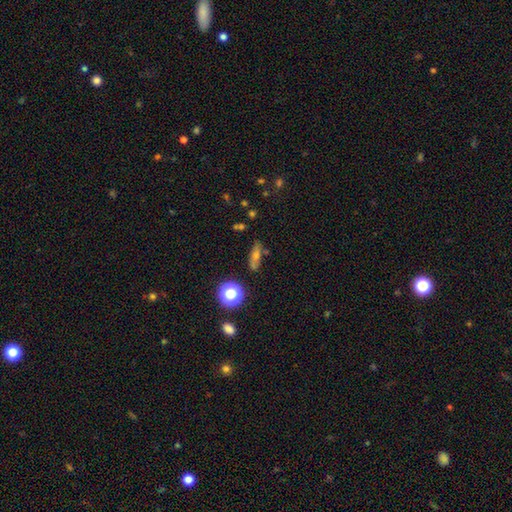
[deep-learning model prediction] smooth-or-featured: smooth: 50% | featured or disk: 28% | star or artifact: 22%
  merging: none: 79% | minor disturbance: 13% | merger: 4% | major disturbance: 4%